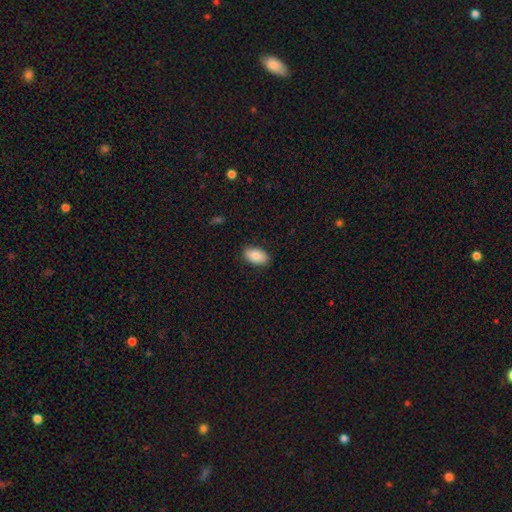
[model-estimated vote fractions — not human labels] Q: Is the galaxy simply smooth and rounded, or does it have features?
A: smooth — 83%.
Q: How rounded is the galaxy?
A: in between — 93%.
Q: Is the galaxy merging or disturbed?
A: none — 88%.